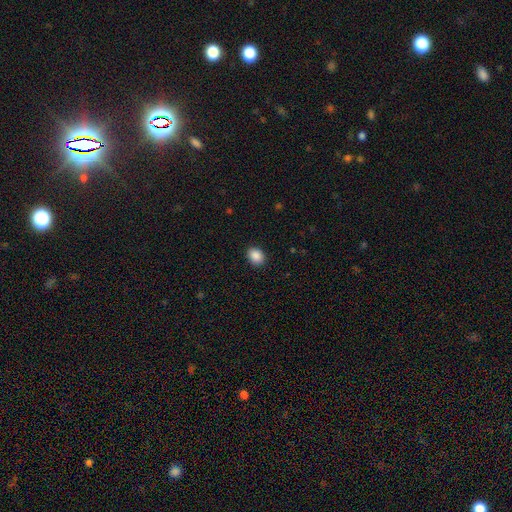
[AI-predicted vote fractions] A smooth galaxy with no disk features (89%) that is in between round and cigar-shaped (58%). Merging: none (90%).